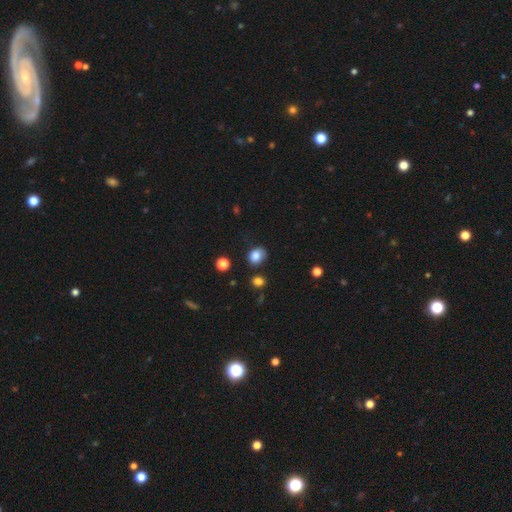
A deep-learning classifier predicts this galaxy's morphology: Smooth or featured: smooth — 83% (star or artifact — 11%)
How rounded: round — 55% (in between — 44%)
Merging: none — 73% (minor disturbance — 19%)